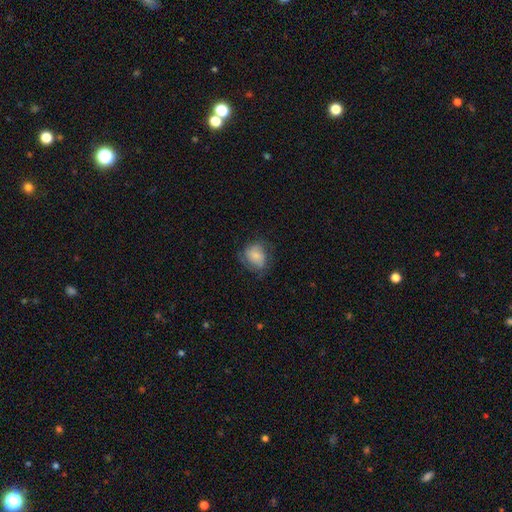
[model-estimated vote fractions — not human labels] Morphology: type=smooth (60%); roundness=round (56%); merging=none (60%).